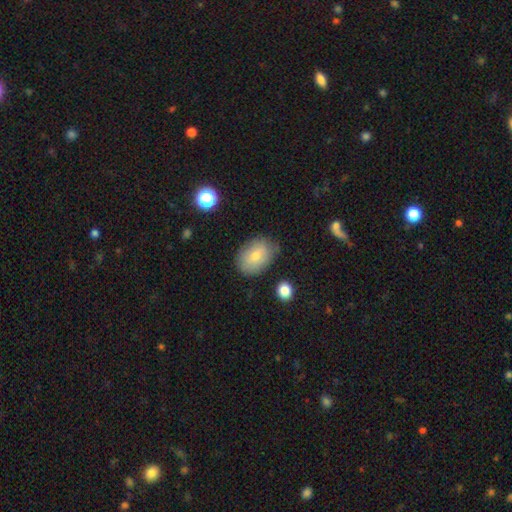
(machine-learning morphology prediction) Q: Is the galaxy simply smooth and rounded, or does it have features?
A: smooth — 71%.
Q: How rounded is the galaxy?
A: in between — 79%.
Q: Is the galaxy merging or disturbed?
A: none — 77%.